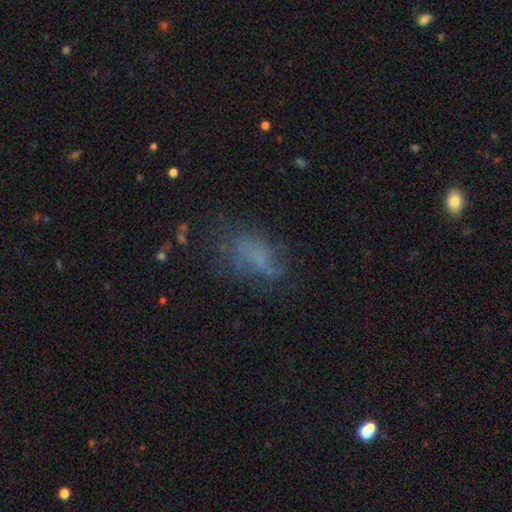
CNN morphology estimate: A smooth galaxy with no disk features (48%).

Vote fractions:
- Smooth or featured? smooth: 48% / featured or disk: 33% / star or artifact: 20%
- Merging? none: 49% / major disturbance: 25% / minor disturbance: 24% / merger: 3%